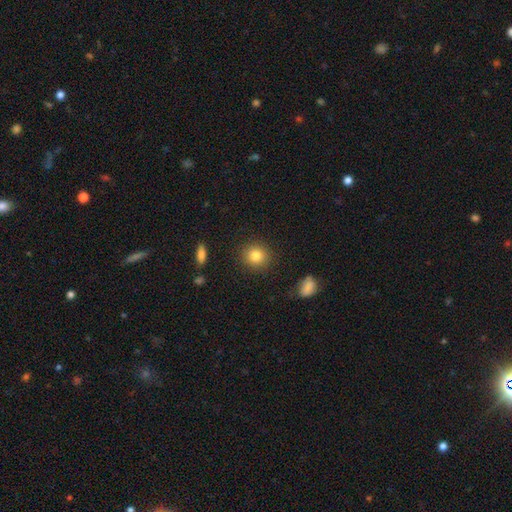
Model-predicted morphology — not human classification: A smooth galaxy with no disk features (83%) that is round (85%). Merging: none (89%).